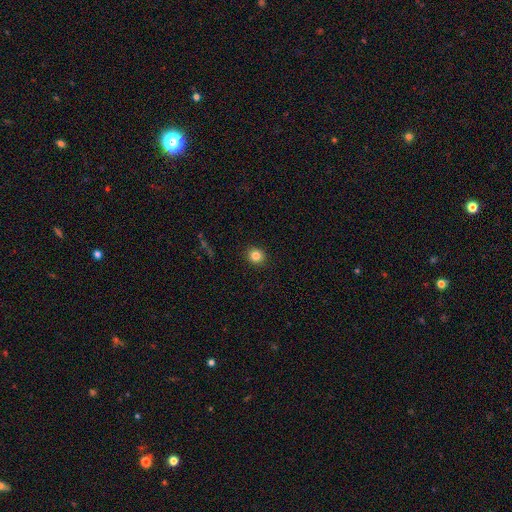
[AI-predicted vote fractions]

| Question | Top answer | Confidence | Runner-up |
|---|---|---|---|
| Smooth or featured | smooth | 84% | star or artifact (11%) |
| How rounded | round | 88% | in between (11%) |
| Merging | none | 92% | minor disturbance (5%) |